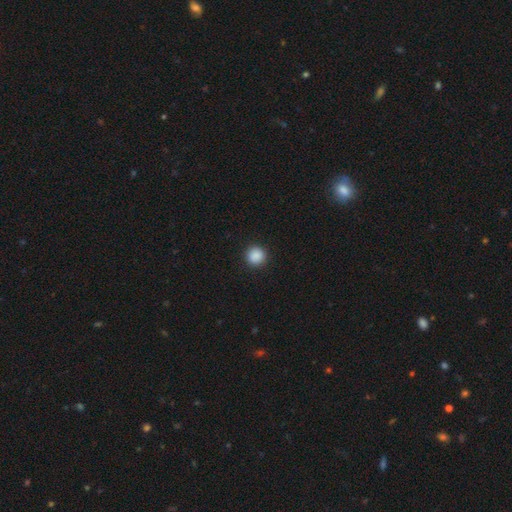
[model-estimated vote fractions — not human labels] smooth-or-featured: smooth: 89% | star or artifact: 9% | featured or disk: 2%
  how-rounded: round: 94% | in between: 5% | cigar-shaped: 1%
  merging: none: 93% | minor disturbance: 5% | major disturbance: 2% | merger: 1%